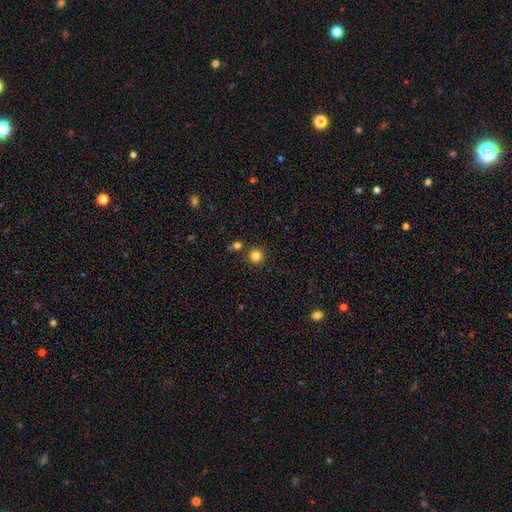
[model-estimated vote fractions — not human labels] Overall: smooth (82%). How rounded: round (94%). Merging: none (83%).